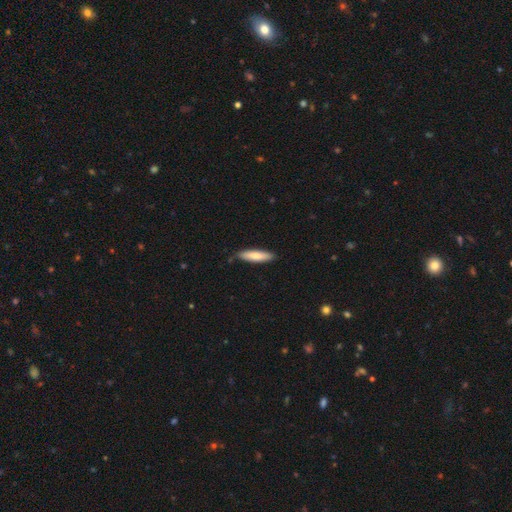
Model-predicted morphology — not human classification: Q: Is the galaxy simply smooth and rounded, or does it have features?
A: smooth — 79%.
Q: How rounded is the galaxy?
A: cigar-shaped — 73%.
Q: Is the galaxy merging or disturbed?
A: none — 80%.